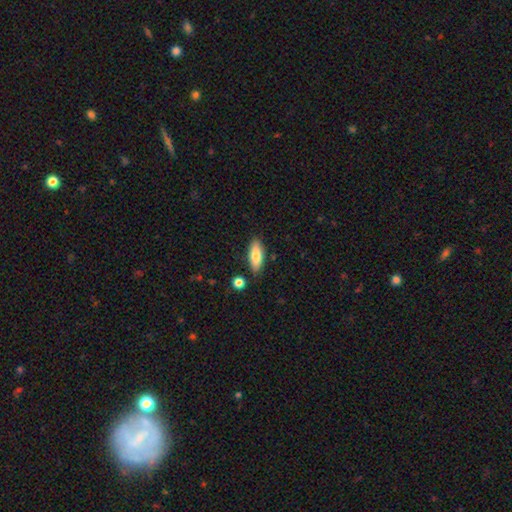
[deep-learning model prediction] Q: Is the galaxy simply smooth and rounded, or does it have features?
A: smooth — 80%.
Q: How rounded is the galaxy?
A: in between — 77%.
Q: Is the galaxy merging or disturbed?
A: none — 83%.